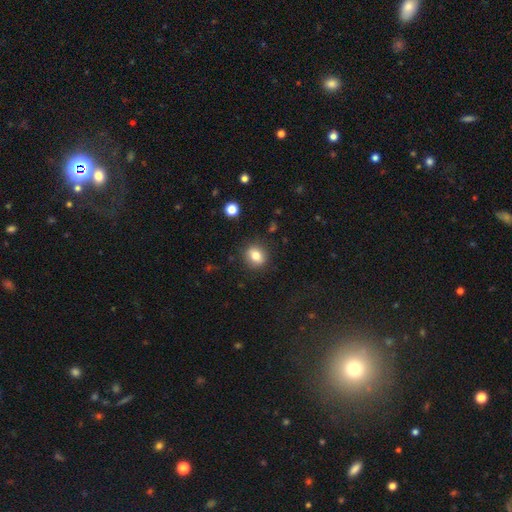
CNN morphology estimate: Overall: smooth (80%). How rounded: round (58%; in between 40%). Merging: none (87%).